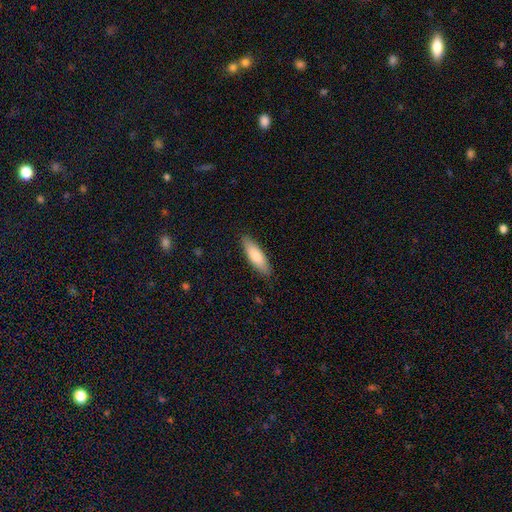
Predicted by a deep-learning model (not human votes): smooth-or-featured: smooth: 80% | featured or disk: 15% | star or artifact: 5%
  how-rounded: cigar-shaped: 51% | in between: 47% | round: 2%
  merging: none: 87% | minor disturbance: 10% | major disturbance: 2% | merger: 1%